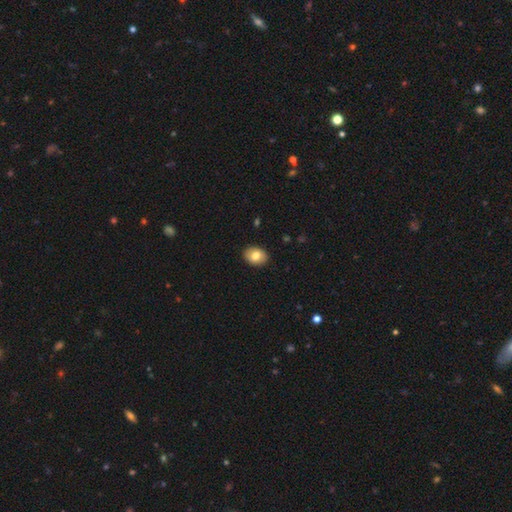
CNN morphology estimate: smooth_or_featured: smooth (p=0.80) [alt: featured or disk p=0.13]
how_rounded: in between (p=0.72) [alt: round p=0.27]
merging: none (p=0.90) [alt: minor disturbance p=0.07]